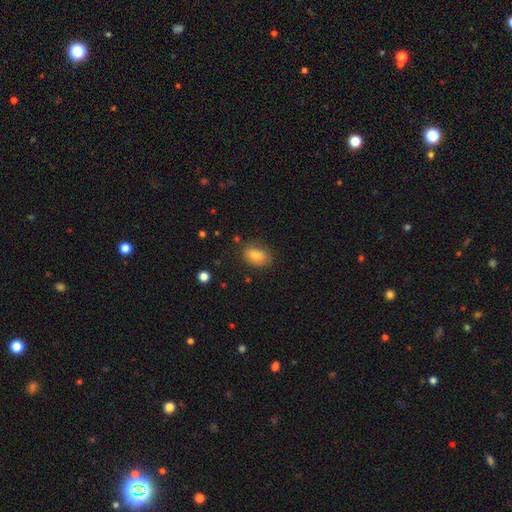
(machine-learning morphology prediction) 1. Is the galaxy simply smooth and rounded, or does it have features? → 78% smooth, 13% featured or disk, 8% star or artifact.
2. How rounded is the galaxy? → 84% in between, 14% round, 2% cigar-shaped.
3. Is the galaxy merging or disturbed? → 76% none, 18% minor disturbance, 4% major disturbance, 2% merger.